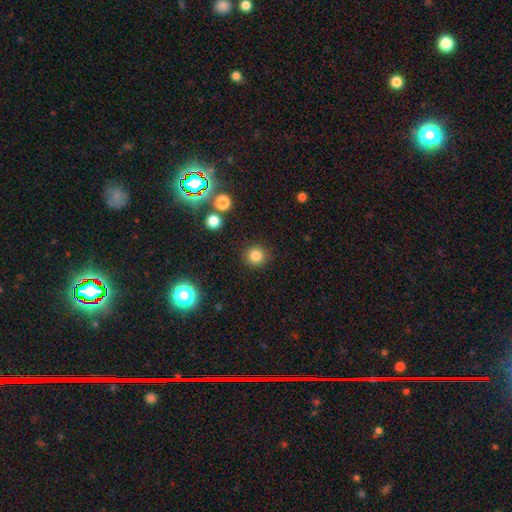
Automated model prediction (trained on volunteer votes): smooth-or-featured: smooth: 82% | star or artifact: 13% | featured or disk: 5%
  how-rounded: round: 92% | in between: 7% | cigar-shaped: 1%
  merging: none: 90% | minor disturbance: 6% | major disturbance: 2% | merger: 2%